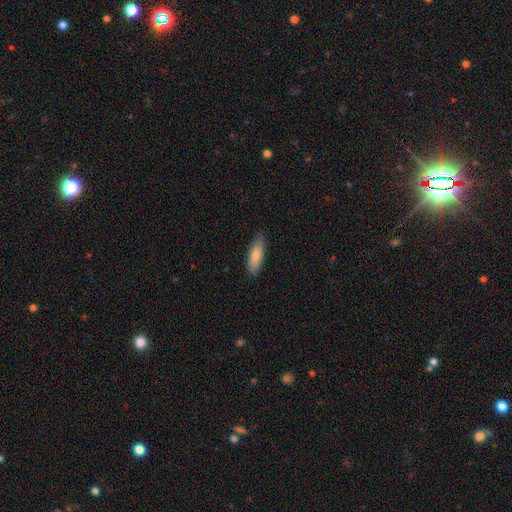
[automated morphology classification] The model was most divided on "how rounded": in between: 58%, cigar-shaped: 40%, round: 2%. More confident: merging — none (84%); smooth or featured — smooth (78%).